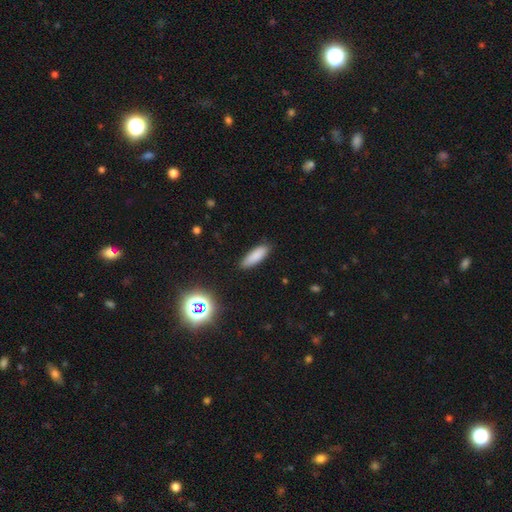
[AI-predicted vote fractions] Smooth or featured?
  - smooth: 85% *
  - star or artifact: 9%
  - featured or disk: 6%
How rounded?
  - in between: 51% *
  - cigar-shaped: 47%
  - round: 2%
Merging?
  - none: 87% *
  - minor disturbance: 10%
  - major disturbance: 2%
  - merger: 1%